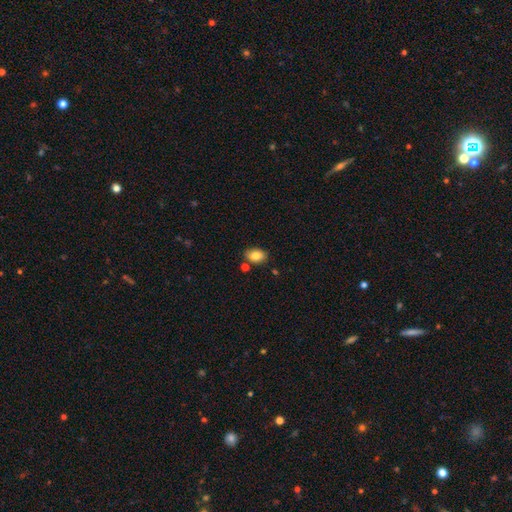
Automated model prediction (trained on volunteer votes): Morphology: type=smooth (83%); roundness=in between (81%); merging=none (79%).